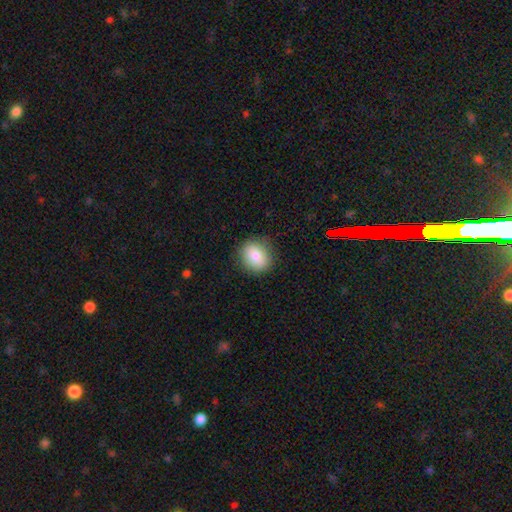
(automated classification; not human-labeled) Smooth or featured? smooth (82%)
How rounded? round (68%)
Merging? none (86%)